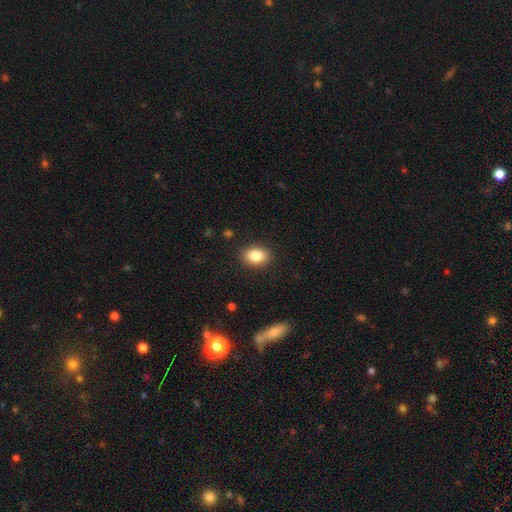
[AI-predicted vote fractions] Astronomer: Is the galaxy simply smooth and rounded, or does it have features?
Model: smooth — 85%.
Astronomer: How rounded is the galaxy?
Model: in between — 72%.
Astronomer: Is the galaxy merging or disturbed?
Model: none — 89%.